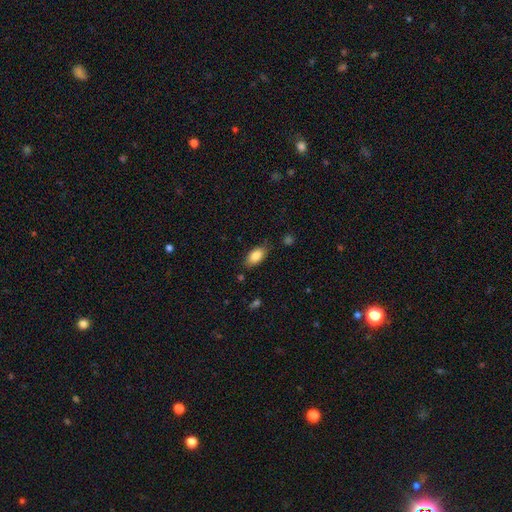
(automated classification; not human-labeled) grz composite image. It shows a smooth galaxy with no disk features (86%) that is in between round and cigar-shaped (91%). Merging: none (79%).